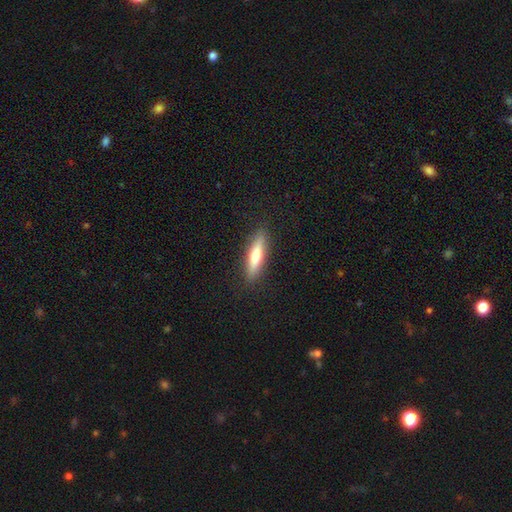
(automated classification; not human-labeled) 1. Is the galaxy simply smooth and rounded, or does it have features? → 63% smooth, 31% featured or disk, 6% star or artifact.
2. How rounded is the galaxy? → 77% cigar-shaped, 21% in between, 2% round.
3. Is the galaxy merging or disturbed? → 89% none, 8% minor disturbance, 2% major disturbance, 1% merger.